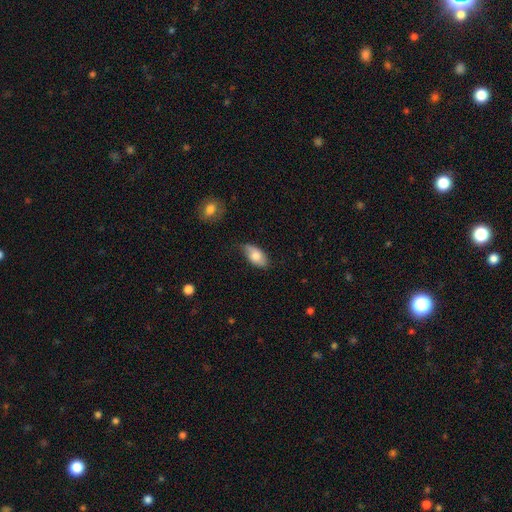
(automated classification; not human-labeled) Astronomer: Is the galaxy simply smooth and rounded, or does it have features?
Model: smooth — 75%.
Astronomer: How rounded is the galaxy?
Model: in between — 93%.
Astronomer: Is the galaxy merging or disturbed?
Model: none — 68%.